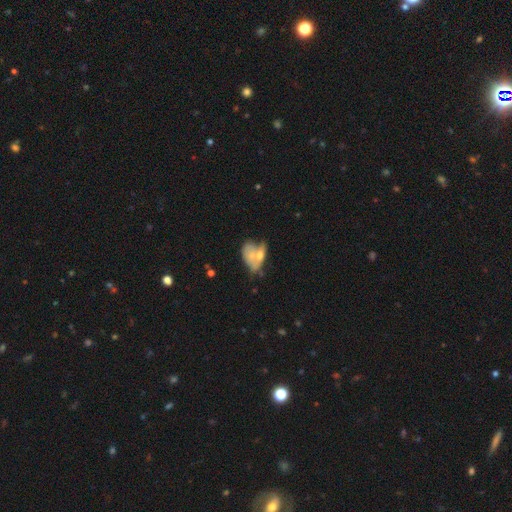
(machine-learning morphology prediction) A smooth galaxy with no disk features (51%) that is in between round and cigar-shaped (80%). Merging: merger (55%).